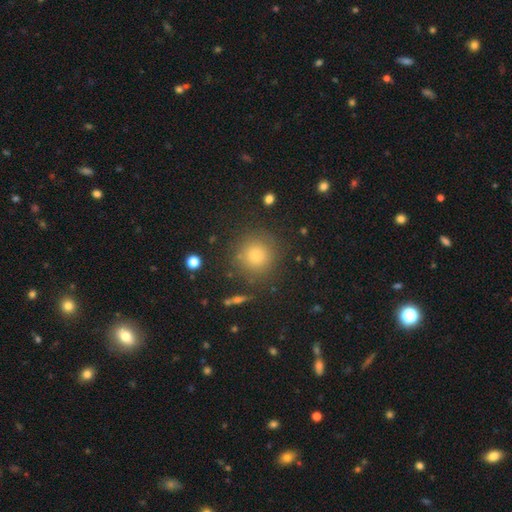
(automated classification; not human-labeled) This is clearly a smooth galaxy (82%). How rounded: clearly round (92%). Merging: clearly none (83%).